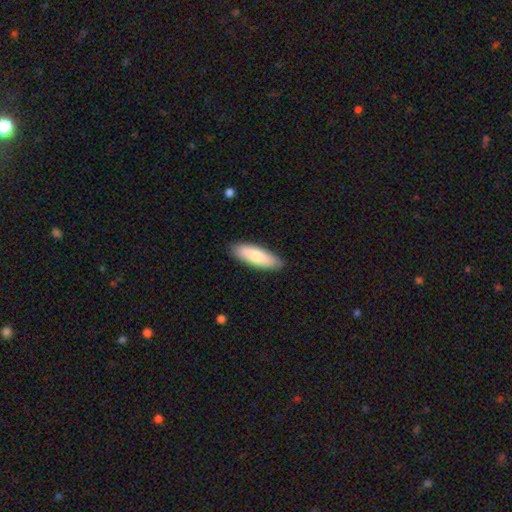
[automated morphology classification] A smooth galaxy with no disk features (78%) that is in between round and cigar-shaped (57%). Merging: none (88%).